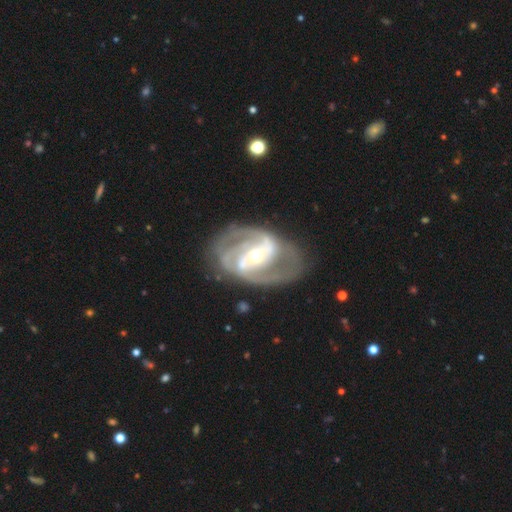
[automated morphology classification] Smooth or featured?
  - featured or disk: 90% *
  - smooth: 6%
  - star or artifact: 5%
Edge-on disk?
  - no: 97% *
  - yes: 3%
Bar?
  - strong: 47% *
  - weak: 33%
  - no: 20%
Spiral arms?
  - yes: 95% *
  - no: 5%
Spiral winding?
  - medium: 50% *
  - tight: 35%
  - loose: 16%
Spiral arm count?
  - 2: 59% *
  - 3: 19%
  - can't tell: 11%
  - 4: 5%
  - 1: 3%
  - more than 4: 3%
Bulge size?
  - moderate: 52% *
  - small: 42%
  - large: 4%
  - none: 1%
  - dominant: 1%
Merging?
  - none: 68% *
  - minor disturbance: 18%
  - major disturbance: 12%
  - merger: 3%